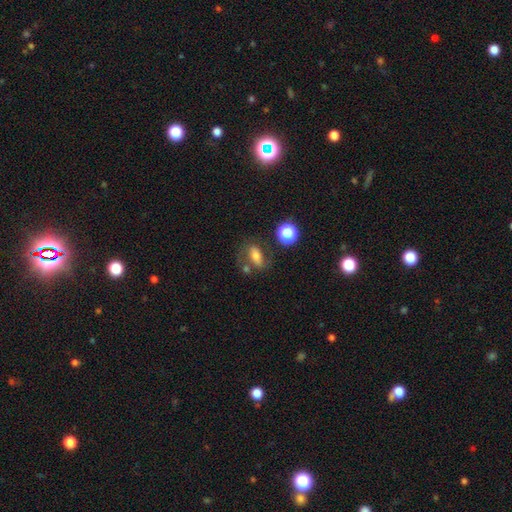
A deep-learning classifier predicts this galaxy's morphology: Overall: smooth (57%; featured or disk 30%). How rounded: in between (74%). Merging: none (54%; minor disturbance 19%).